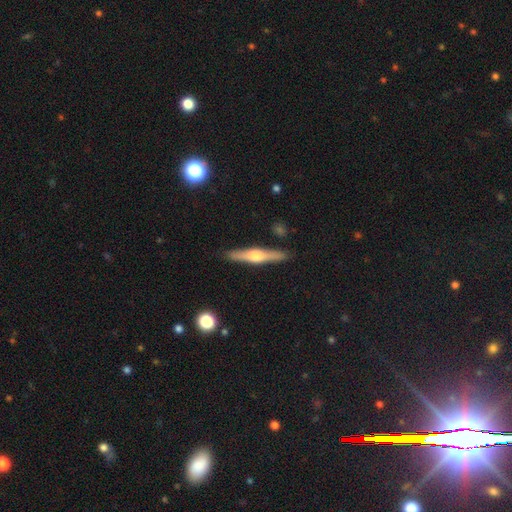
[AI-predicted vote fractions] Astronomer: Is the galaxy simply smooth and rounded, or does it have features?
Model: featured or disk — 66%.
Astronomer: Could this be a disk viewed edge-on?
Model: yes — 97%.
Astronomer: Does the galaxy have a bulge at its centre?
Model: rounded — 91%.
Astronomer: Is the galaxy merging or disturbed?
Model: none — 90%.